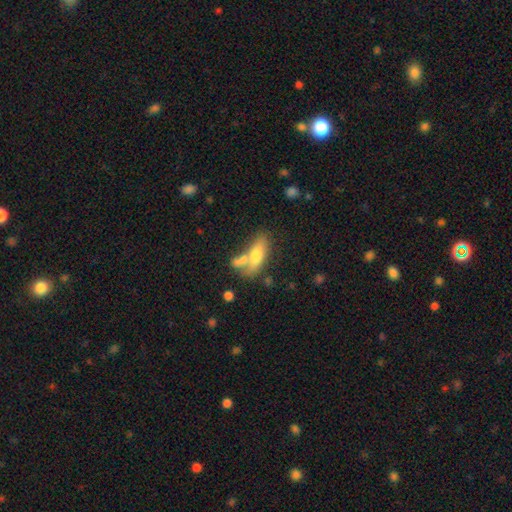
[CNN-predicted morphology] smooth 69%, featured or disk 24%, star or artifact 7%. Down the decision tree: how rounded — in between (68%); merging — none (42%).